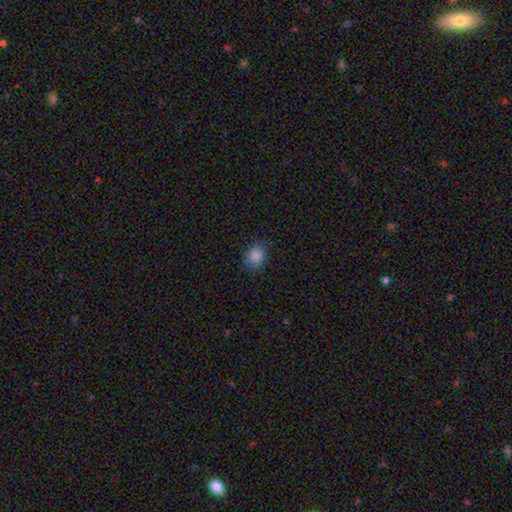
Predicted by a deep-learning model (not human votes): The model was most divided on "how rounded": round: 55%, in between: 44%, cigar-shaped: 1%. More confident: smooth or featured — smooth (84%); merging — none (78%).